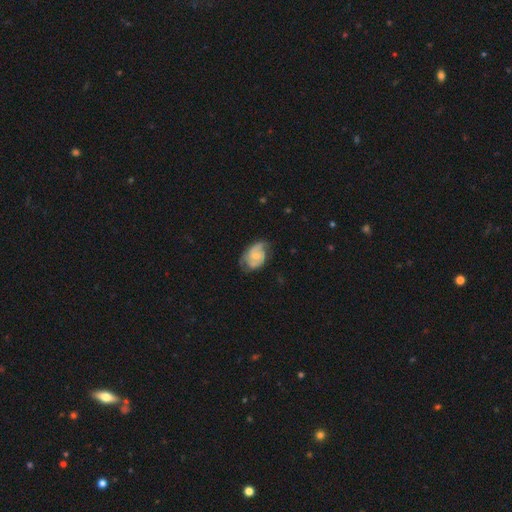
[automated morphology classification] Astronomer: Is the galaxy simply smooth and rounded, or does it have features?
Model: featured or disk — 65%.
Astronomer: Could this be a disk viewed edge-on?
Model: no — 97%.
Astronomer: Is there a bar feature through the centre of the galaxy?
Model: no — 59% (runner-up: weak, 35%).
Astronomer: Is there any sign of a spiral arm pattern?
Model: yes — 88%.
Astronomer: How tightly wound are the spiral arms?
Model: medium — 44% (runner-up: tight, 35%).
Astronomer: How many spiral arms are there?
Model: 2 — 72%.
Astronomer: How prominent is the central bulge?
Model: small — 56%.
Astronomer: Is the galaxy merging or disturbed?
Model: none — 56%.